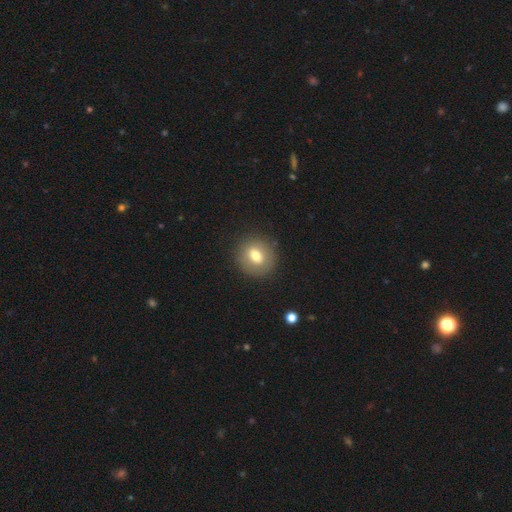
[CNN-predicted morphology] Smooth or featured: smooth — 72% (featured or disk — 19%)
How rounded: round — 76% (in between — 23%)
Merging: none — 86% (minor disturbance — 9%)